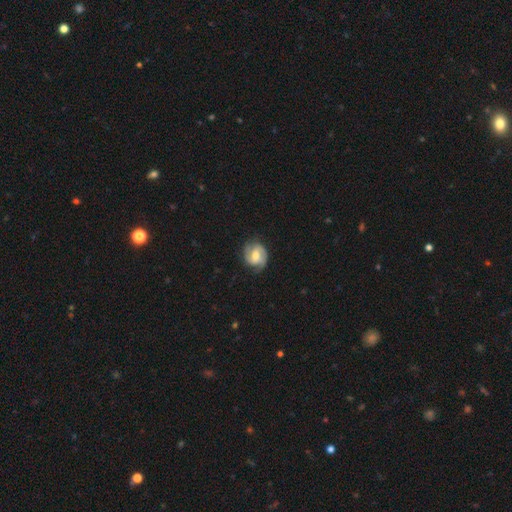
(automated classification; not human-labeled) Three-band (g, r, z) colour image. It shows a featured or disk galaxy (75%) with a weak bar (49%), 2 (81%) medium (43%) spiral arms (93%) and a moderate central bulge (64%). Merging: none (75%).